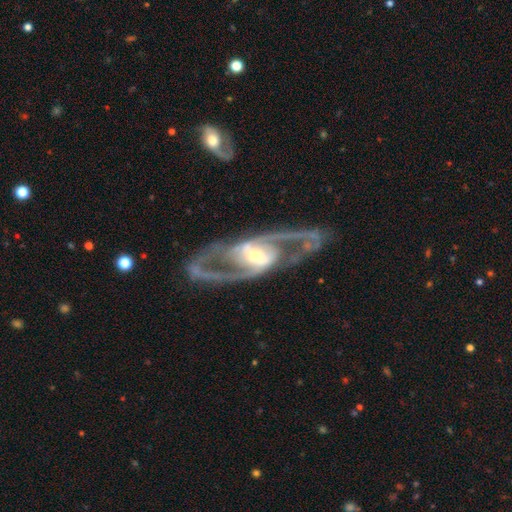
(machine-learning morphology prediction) This appears to be a featured or disk galaxy (92%) with a strong bar (55%), 2 (92%) medium (52%) spiral arms (96%) and a moderate central bulge (47%). Merging: none (72%).